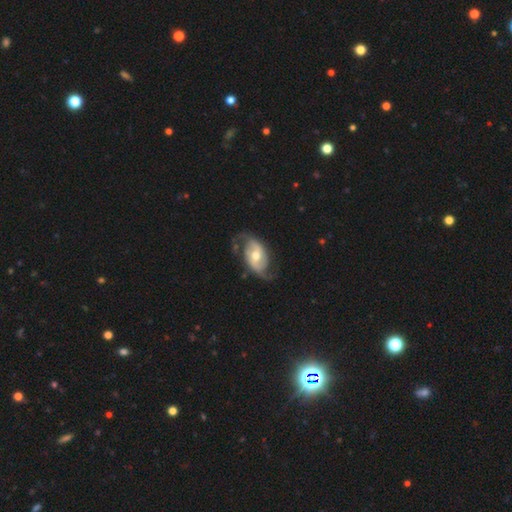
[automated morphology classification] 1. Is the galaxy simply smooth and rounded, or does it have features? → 82% featured or disk, 13% smooth, 5% star or artifact.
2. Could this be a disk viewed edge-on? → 96% no, 4% yes.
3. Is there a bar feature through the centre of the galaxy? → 46% no, 37% weak, 18% strong.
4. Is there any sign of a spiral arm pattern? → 91% yes, 9% no.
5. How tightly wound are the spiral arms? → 50% loose, 36% medium, 14% tight.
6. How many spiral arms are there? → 89% 2, 5% can't tell, 3% 1, 1% 3, 1% 4, 1% more than 4.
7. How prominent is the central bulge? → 71% moderate, 20% small, 7% large, 1% none, 1% dominant.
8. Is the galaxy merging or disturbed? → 66% none, 19% minor disturbance, 13% major disturbance, 2% merger.